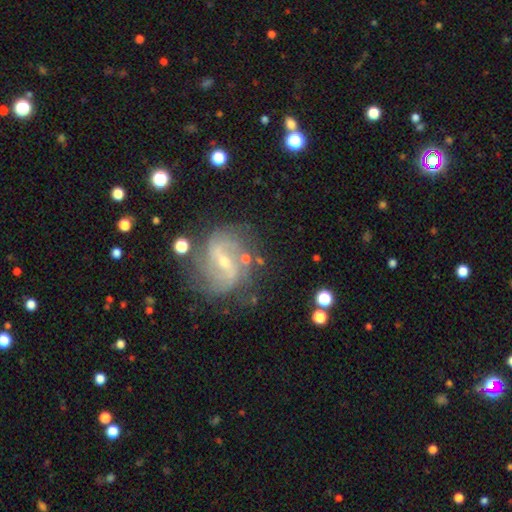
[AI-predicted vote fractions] A featured or disk galaxy (79%) with a strong bar (43%), 2 (69%) medium (38%) spiral arms (89%) and a small central bulge (72%). Merging: none (72%).